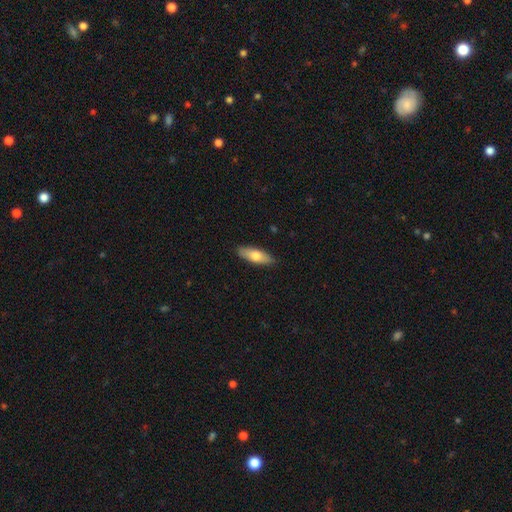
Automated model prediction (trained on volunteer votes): Q: Smooth or featured?
A: smooth (70%); runner-up: featured or disk (25%)
Q: How rounded?
A: in between (61%); runner-up: cigar-shaped (37%)
Q: Merging?
A: none (87%); runner-up: minor disturbance (10%)